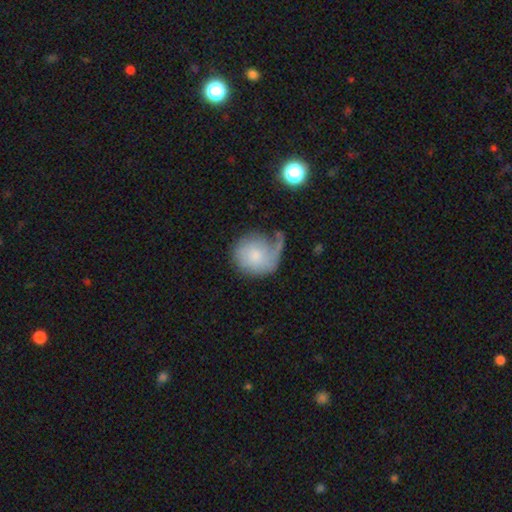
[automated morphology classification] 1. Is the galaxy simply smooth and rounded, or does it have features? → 56% smooth, 36% featured or disk, 8% star or artifact.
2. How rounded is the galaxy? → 84% round, 15% in between, 1% cigar-shaped.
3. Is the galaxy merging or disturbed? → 37% none, 30% major disturbance, 25% minor disturbance, 7% merger.